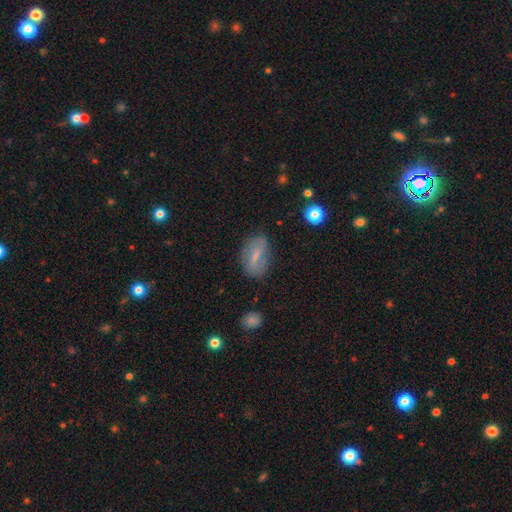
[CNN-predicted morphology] Smooth or featured?
  - smooth: 57% *
  - featured or disk: 33%
  - star or artifact: 9%
How rounded?
  - in between: 86% *
  - round: 8%
  - cigar-shaped: 7%
Merging?
  - none: 71% *
  - minor disturbance: 20%
  - major disturbance: 7%
  - merger: 2%